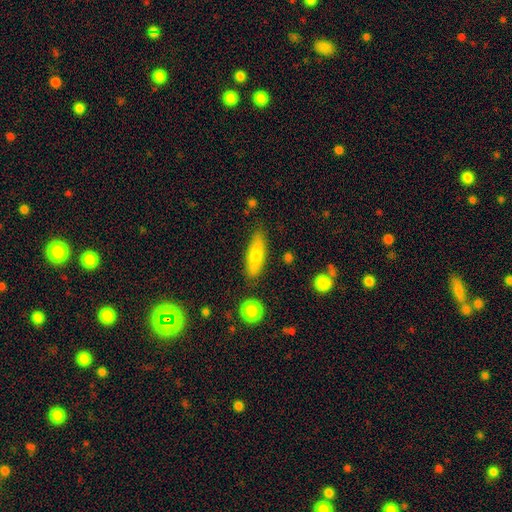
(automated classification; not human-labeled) A smooth galaxy with no disk features (67%) that is cigar-shaped (53%). Merging: none (83%).